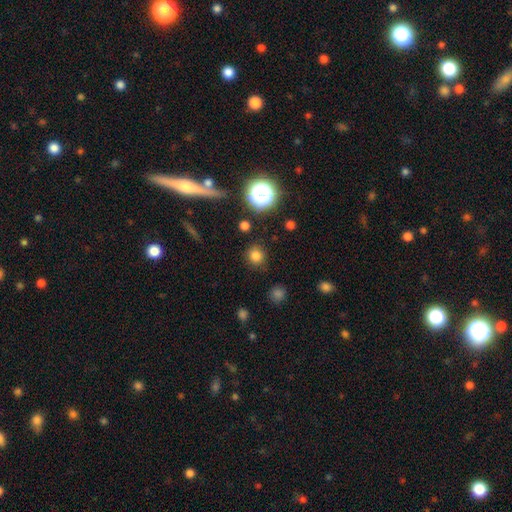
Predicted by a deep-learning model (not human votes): Smooth or featured?
  - smooth: 77% *
  - star or artifact: 18%
  - featured or disk: 5%
How rounded?
  - round: 90% *
  - in between: 9%
  - cigar-shaped: 1%
Merging?
  - none: 87% *
  - minor disturbance: 7%
  - major disturbance: 3%
  - merger: 2%